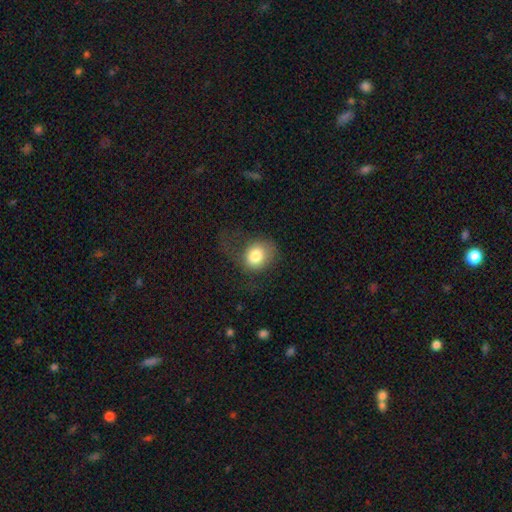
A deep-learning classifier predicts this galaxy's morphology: Q: Smooth or featured?
A: smooth (78%); runner-up: featured or disk (14%)
Q: How rounded?
A: round (53%); runner-up: in between (47%)
Q: Merging?
A: none (40%); runner-up: major disturbance (35%)